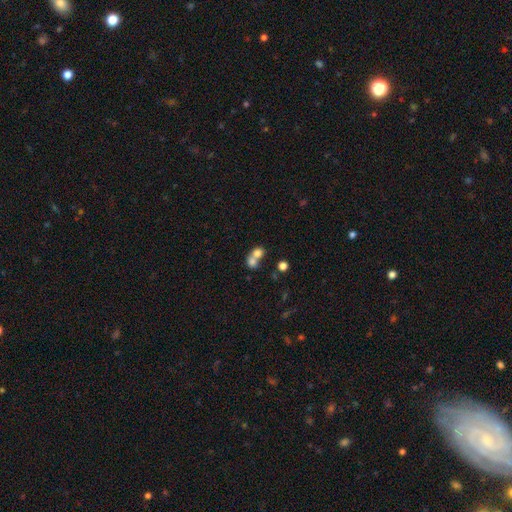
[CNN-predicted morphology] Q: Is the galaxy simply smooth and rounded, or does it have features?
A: smooth — 73%.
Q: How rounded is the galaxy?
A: round — 66%.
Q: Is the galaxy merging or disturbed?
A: merger — 69%.